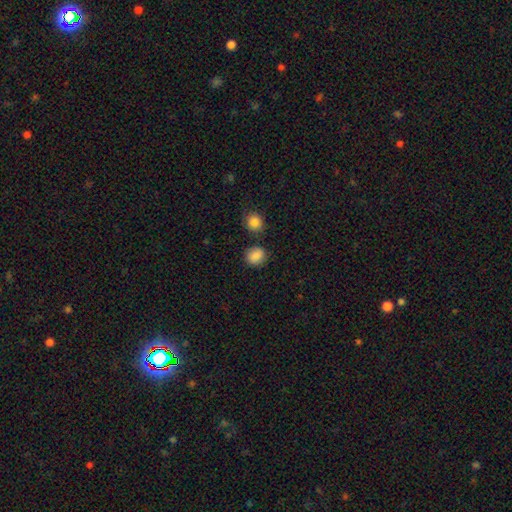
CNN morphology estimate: smooth_or_featured: smooth (p=0.87) [alt: star or artifact p=0.09]
how_rounded: round (p=0.65) [alt: in between p=0.33]
merging: none (p=0.79) [alt: minor disturbance p=0.12]